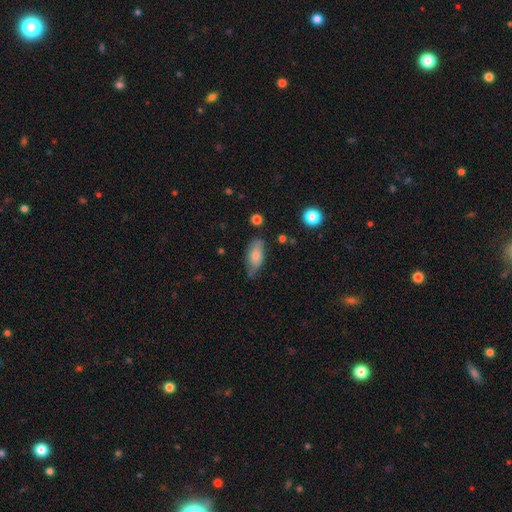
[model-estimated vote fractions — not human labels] This appears to be a smooth galaxy with no disk features (70%) that is in between round and cigar-shaped (85%). Merging: none (61%).